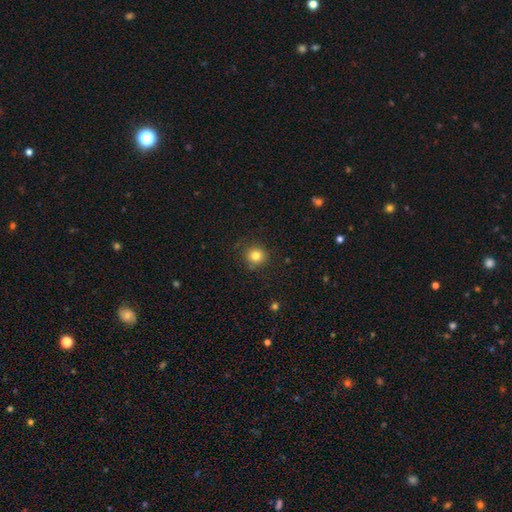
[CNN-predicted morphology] Smooth or featured: smooth — 81% (star or artifact — 12%)
How rounded: round — 93% (in between — 6%)
Merging: none — 87% (minor disturbance — 9%)